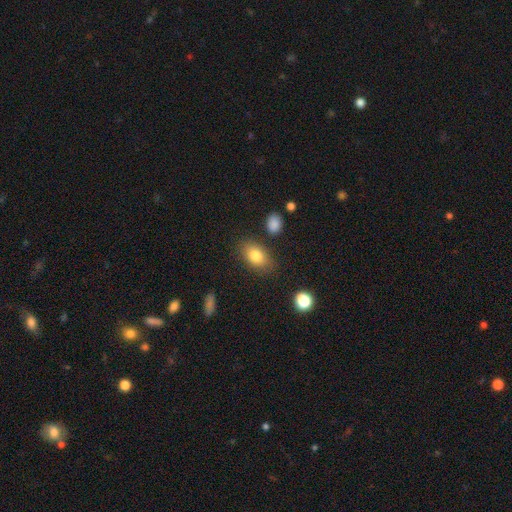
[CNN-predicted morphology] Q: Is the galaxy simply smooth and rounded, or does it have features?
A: smooth — 81%.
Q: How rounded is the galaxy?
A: in between — 85%.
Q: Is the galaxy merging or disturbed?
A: none — 80%.